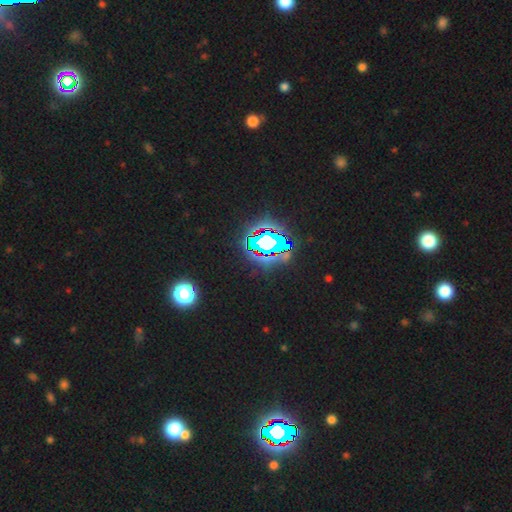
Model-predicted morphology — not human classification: Smooth or featured?
  - star or artifact: 85% *
  - smooth: 8%
  - featured or disk: 6%